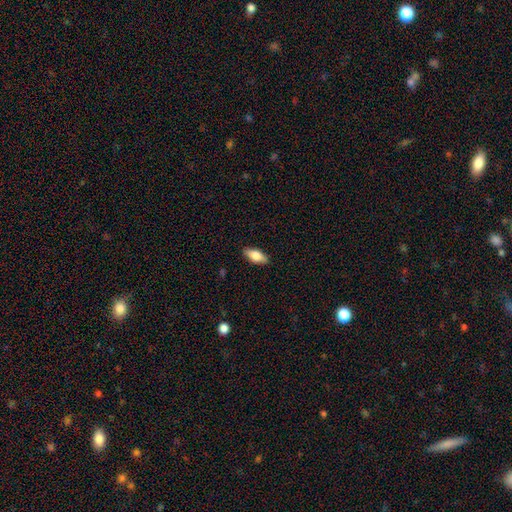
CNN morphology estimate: Q: Smooth or featured?
A: smooth (74%); runner-up: featured or disk (19%)
Q: How rounded?
A: in between (84%); runner-up: cigar-shaped (13%)
Q: Merging?
A: none (88%); runner-up: minor disturbance (9%)